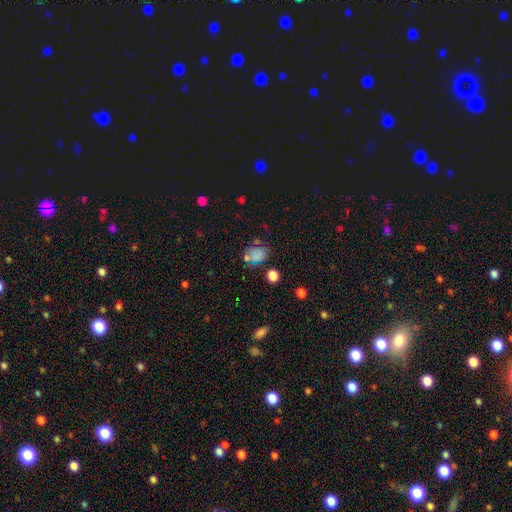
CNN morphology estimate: smooth_or_featured: smooth (p=0.72) [alt: star or artifact p=0.16]
how_rounded: in between (p=0.60) [alt: round p=0.39]
merging: none (p=0.57) [alt: minor disturbance p=0.22]